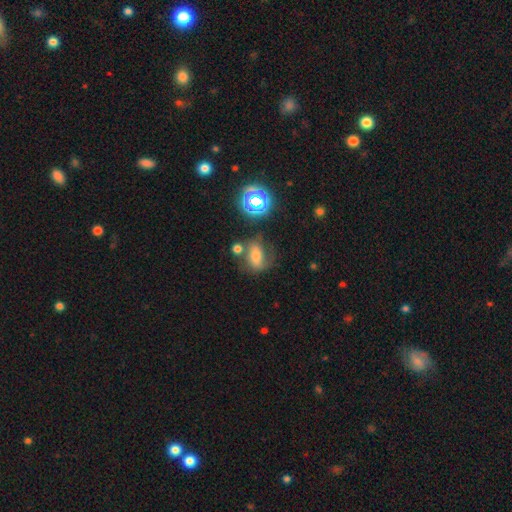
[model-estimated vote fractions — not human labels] smooth 50%, featured or disk 29%, star or artifact 22%. Down the decision tree: merging — none (49%).